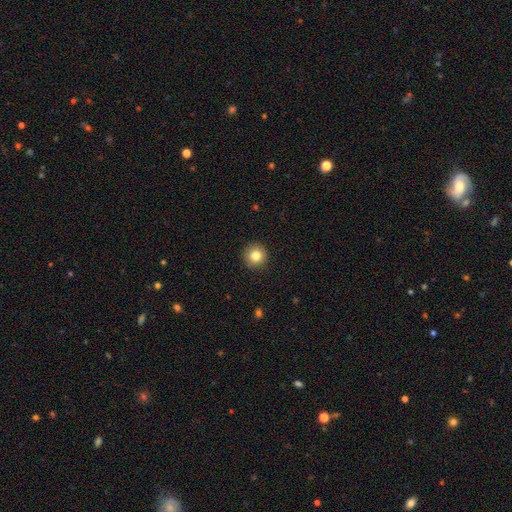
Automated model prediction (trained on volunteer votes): Smooth or featured?
  - smooth: 83% *
  - star or artifact: 10%
  - featured or disk: 7%
How rounded?
  - round: 95% *
  - in between: 4%
  - cigar-shaped: 1%
Merging?
  - none: 92% *
  - minor disturbance: 6%
  - major disturbance: 2%
  - merger: 1%